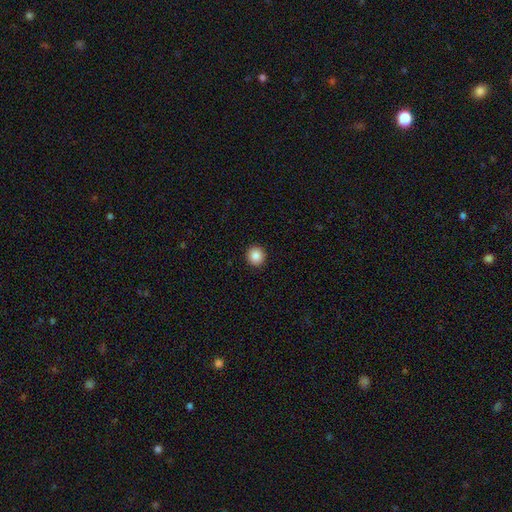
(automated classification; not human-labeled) Smooth or featured? smooth (87%)
How rounded? round (92%)
Merging? none (93%)